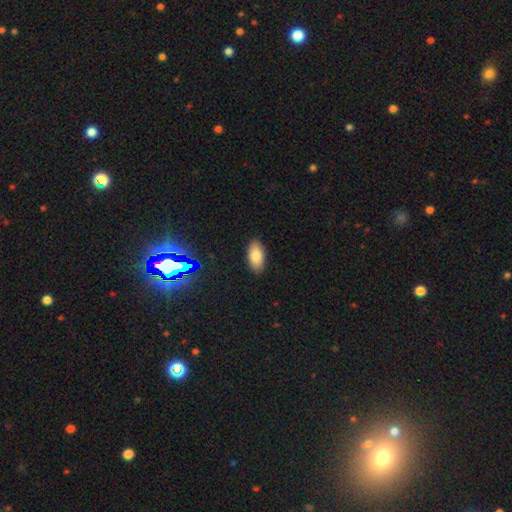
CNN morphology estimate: type=smooth (81%); roundness=in between (94%); merging=none (88%).